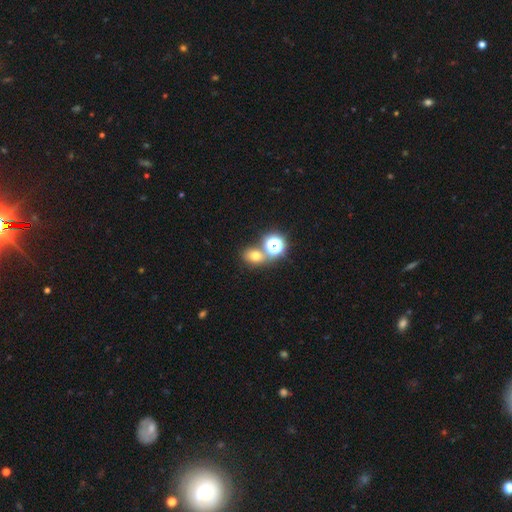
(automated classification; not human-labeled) Smooth or featured: smooth — 64% (star or artifact — 25%)
How rounded: round — 51% (in between — 48%)
Merging: none — 63% (merger — 23%)